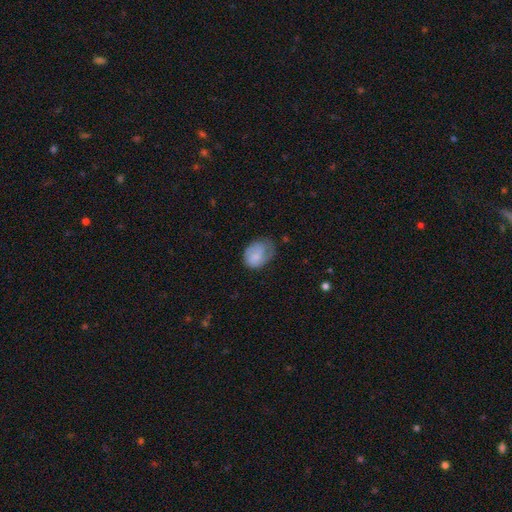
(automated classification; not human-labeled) Morphology: type=smooth (64%); roundness=in between (66%); merging=none (40%).